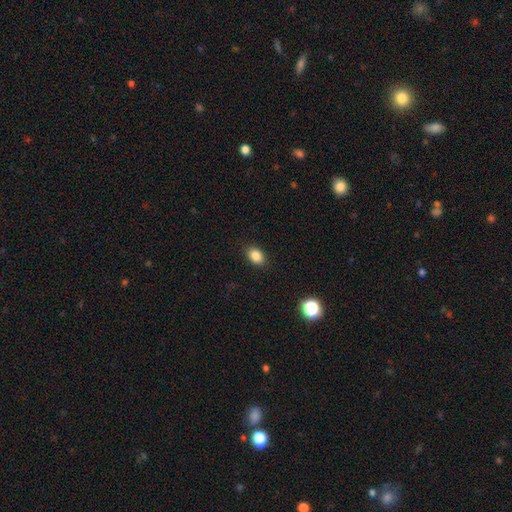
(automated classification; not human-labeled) Overall: smooth (85%). How rounded: in between (77%). Merging: none (88%).